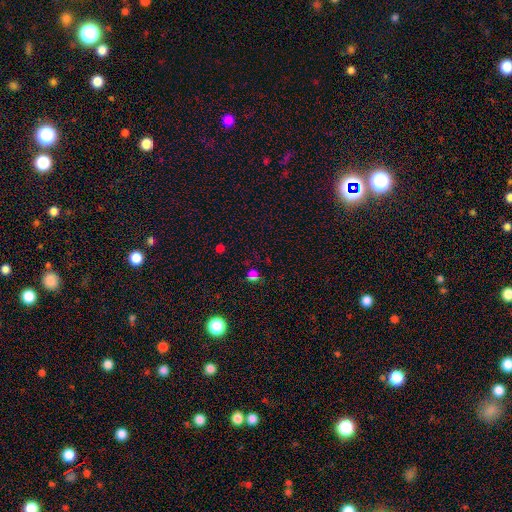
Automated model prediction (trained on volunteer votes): Q: Smooth or featured?
A: star or artifact (48%); runner-up: smooth (43%)